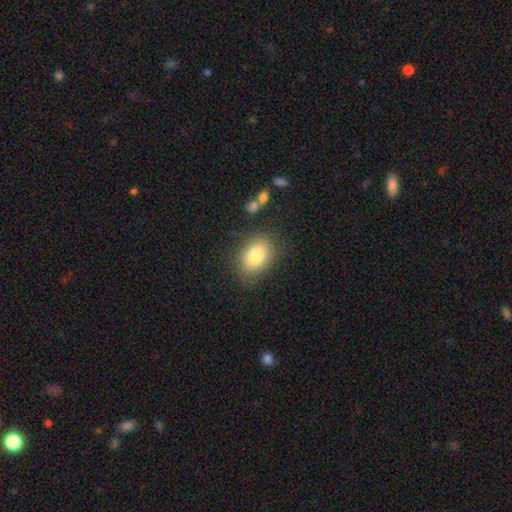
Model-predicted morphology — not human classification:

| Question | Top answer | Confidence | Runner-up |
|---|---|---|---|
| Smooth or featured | smooth | 81% | featured or disk (10%) |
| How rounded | in between | 77% | round (22%) |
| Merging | none | 82% | minor disturbance (12%) |